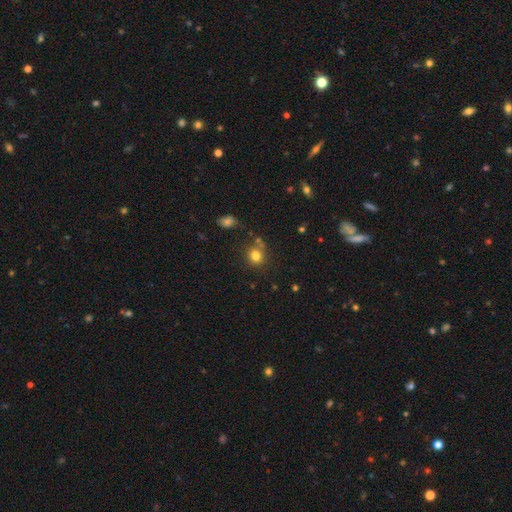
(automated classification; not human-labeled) Smooth or featured? Predicted: smooth (p=0.80). How rounded? Predicted: round (p=0.82). Merging? Predicted: none (p=0.71).